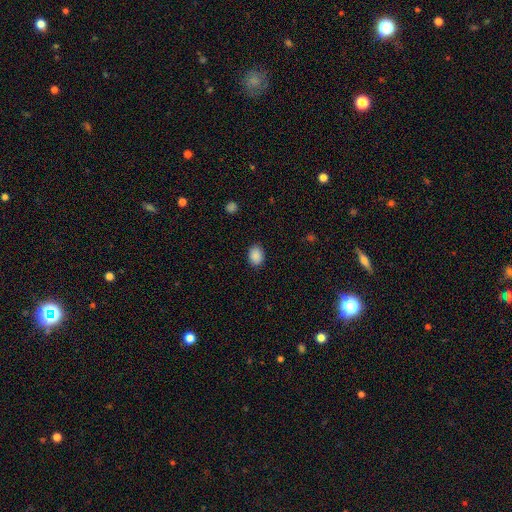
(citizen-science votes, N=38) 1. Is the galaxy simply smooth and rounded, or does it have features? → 92% smooth, 8% star or artifact, 0% featured or disk.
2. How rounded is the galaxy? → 63% in between, 37% round, 0% cigar-shaped.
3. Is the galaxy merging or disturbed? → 86% none, 11% minor disturbance, 3% major disturbance, 0% merger.